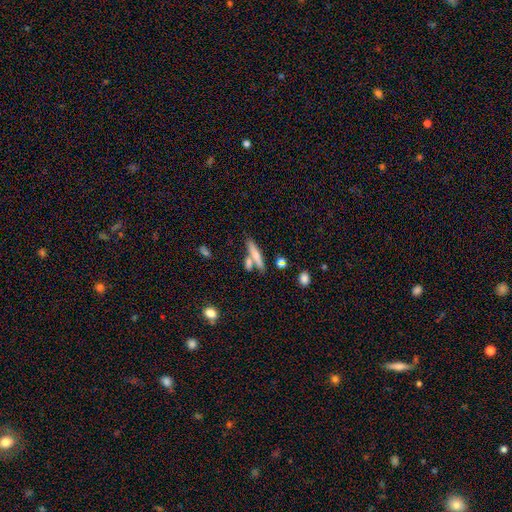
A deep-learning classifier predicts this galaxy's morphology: The model was most divided on "merging": none: 58%, merger: 27%, minor disturbance: 11%, major disturbance: 4%. More confident: how rounded — cigar-shaped (82%); smooth or featured — smooth (62%).